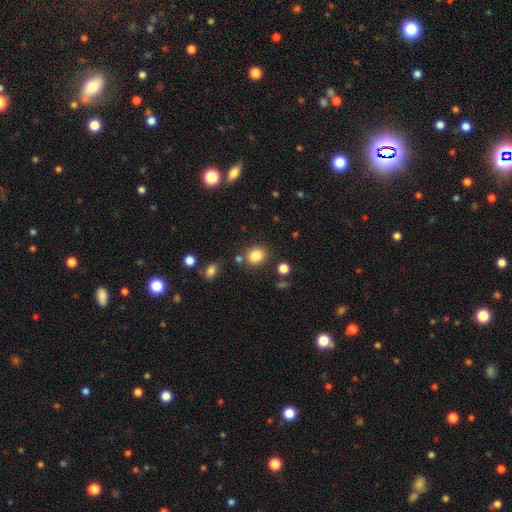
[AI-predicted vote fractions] This appears to be a smooth galaxy with no disk features (83%) that is round (70%). Merging: none (80%).